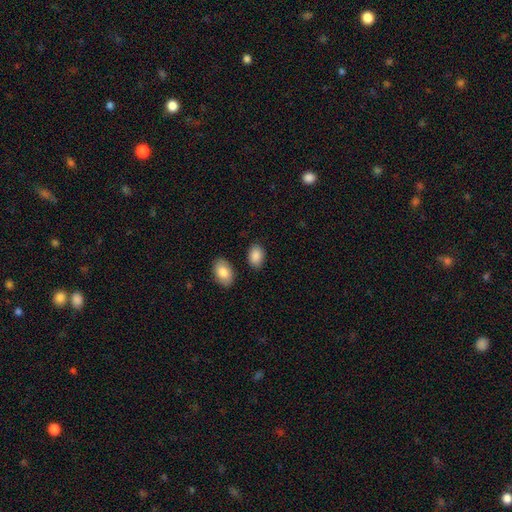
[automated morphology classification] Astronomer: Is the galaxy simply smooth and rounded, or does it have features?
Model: smooth — 88%.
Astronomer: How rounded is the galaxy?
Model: in between — 86%.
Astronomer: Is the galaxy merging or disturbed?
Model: none — 82%.